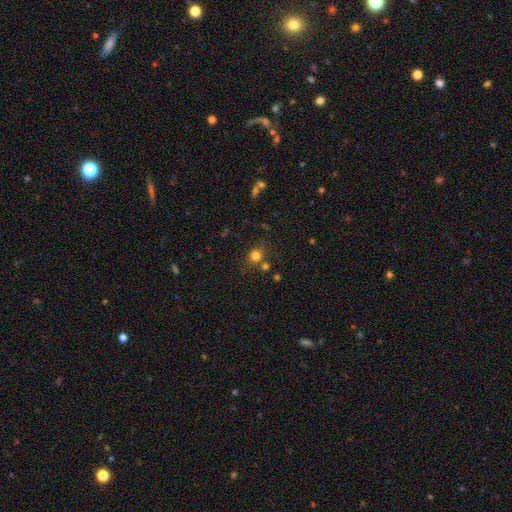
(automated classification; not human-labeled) smooth-or-featured: smooth: 78% | star or artifact: 15% | featured or disk: 7%
  how-rounded: round: 79% | in between: 20% | cigar-shaped: 1%
  merging: none: 71% | merger: 13% | minor disturbance: 11% | major disturbance: 4%